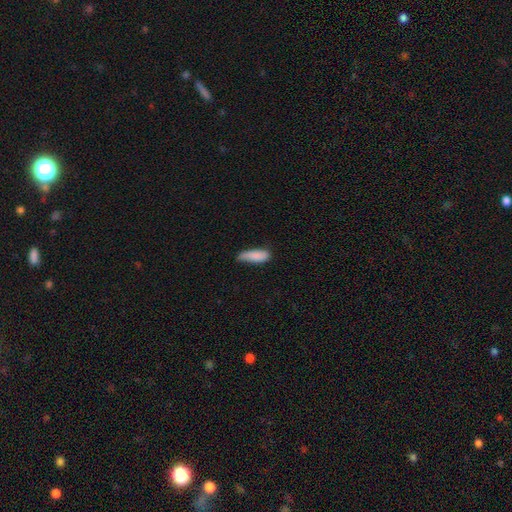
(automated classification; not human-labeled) The model was most divided on "merging": none: 45%, minor disturbance: 41%, major disturbance: 10%, merger: 3%. More confident: smooth or featured — smooth (84%); how rounded — in between (62%).